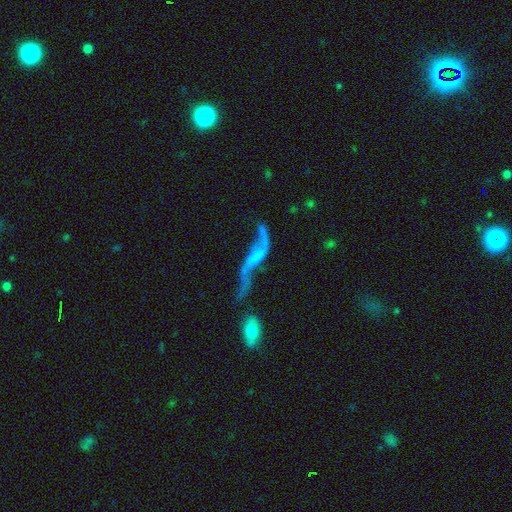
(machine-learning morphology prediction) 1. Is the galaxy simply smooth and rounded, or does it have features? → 80% featured or disk, 11% smooth, 9% star or artifact.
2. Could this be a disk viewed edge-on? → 87% no, 13% yes.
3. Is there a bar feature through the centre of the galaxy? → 49% no, 35% weak, 16% strong.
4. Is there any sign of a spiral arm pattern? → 85% yes, 15% no.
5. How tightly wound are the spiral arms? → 93% loose, 5% medium, 2% tight.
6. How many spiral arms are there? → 89% 2, 6% 1, 3% can't tell, 1% 3, 1% 4, 1% more than 4.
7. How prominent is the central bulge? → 53% none, 29% small, 13% moderate, 3% large, 2% dominant.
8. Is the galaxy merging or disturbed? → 35% none, 25% major disturbance, 23% merger, 17% minor disturbance.